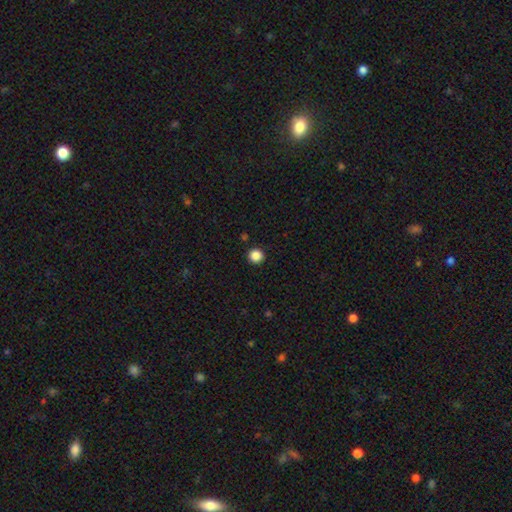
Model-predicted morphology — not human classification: type=smooth (86%); roundness=round (96%); merging=none (93%).